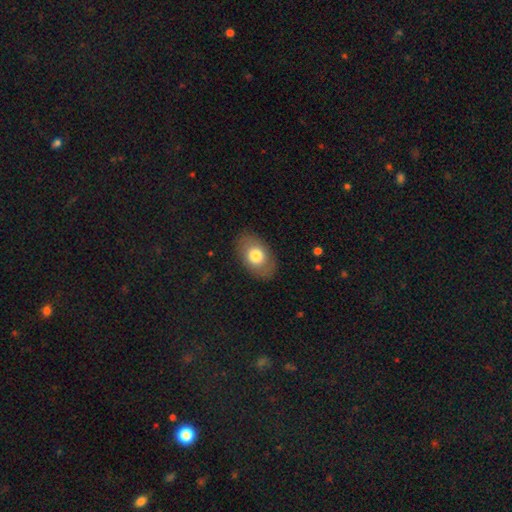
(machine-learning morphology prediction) This appears to be a smooth galaxy with no disk features (74%) that is in between round and cigar-shaped (85%). Merging: none (85%).